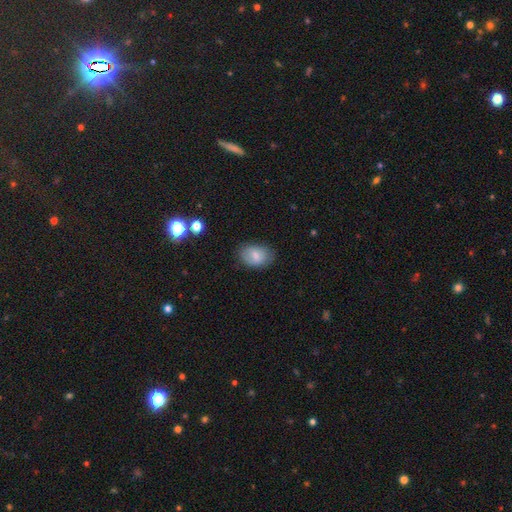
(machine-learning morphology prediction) smooth 78%, featured or disk 14%, star or artifact 8%. Down the decision tree: how rounded — in between (83%); merging — none (75%).